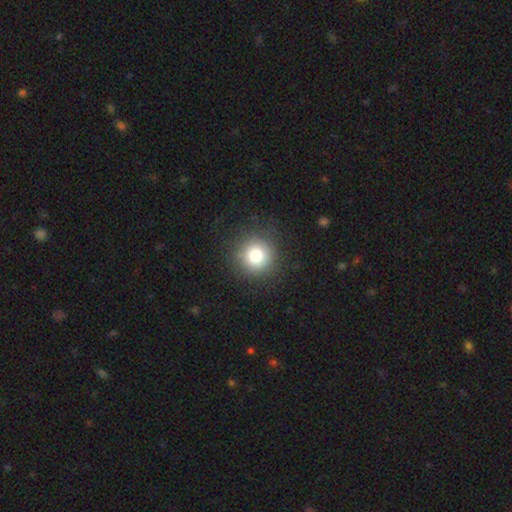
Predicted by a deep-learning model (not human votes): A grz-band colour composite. It shows a smooth galaxy with no disk features (80%) that is round (94%). Merging: none (86%).